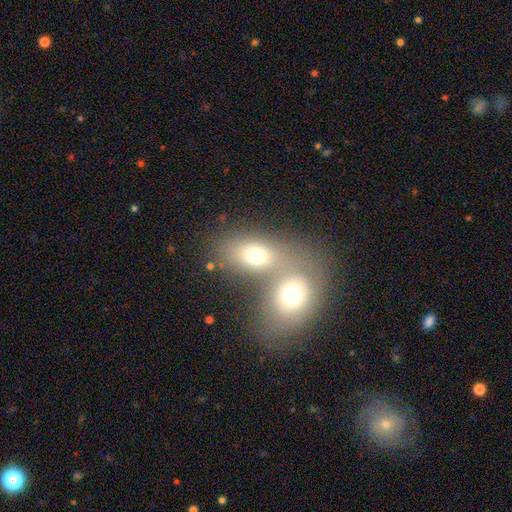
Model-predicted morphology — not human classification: Smooth or featured? smooth (67%)
How rounded? in between (67%)
Merging? merger (61%)